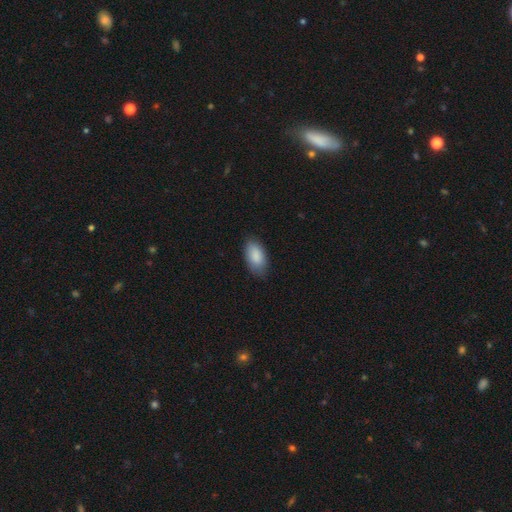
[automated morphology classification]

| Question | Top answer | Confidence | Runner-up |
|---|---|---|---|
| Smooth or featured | smooth | 88% | star or artifact (6%) |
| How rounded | in between | 94% | cigar-shaped (4%) |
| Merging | none | 80% | minor disturbance (16%) |